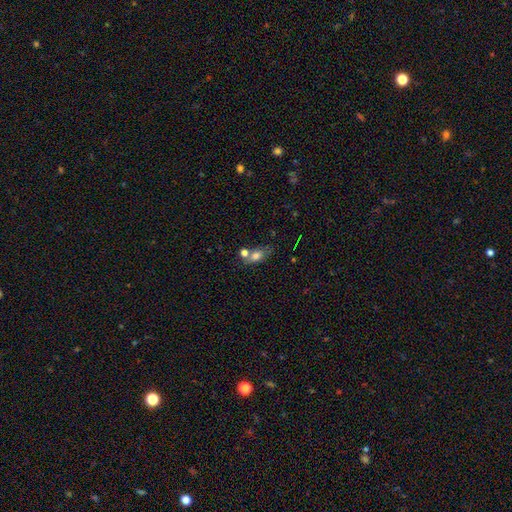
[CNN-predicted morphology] Smooth or featured? Predicted: smooth (p=0.73). How rounded? Predicted: in between (p=0.71). Merging? Predicted: none (p=0.46).